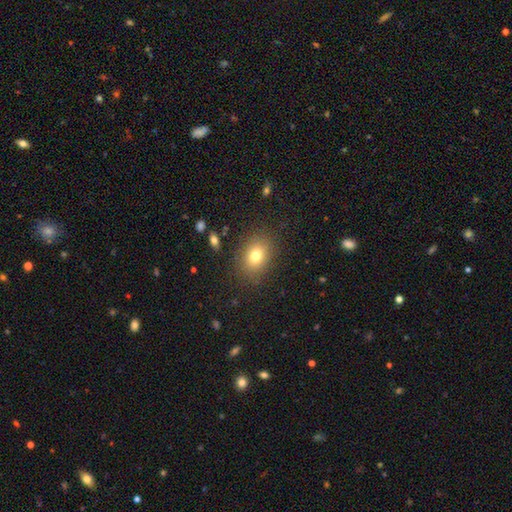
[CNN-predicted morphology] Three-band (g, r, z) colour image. It shows a smooth galaxy with no disk features (77%) that is in between round and cigar-shaped (68%). Merging: none (85%).